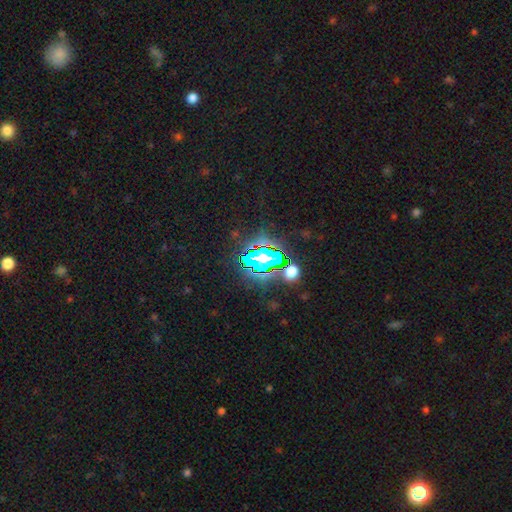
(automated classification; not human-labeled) smooth_or_featured: star or artifact (p=0.78) [alt: smooth p=0.13]